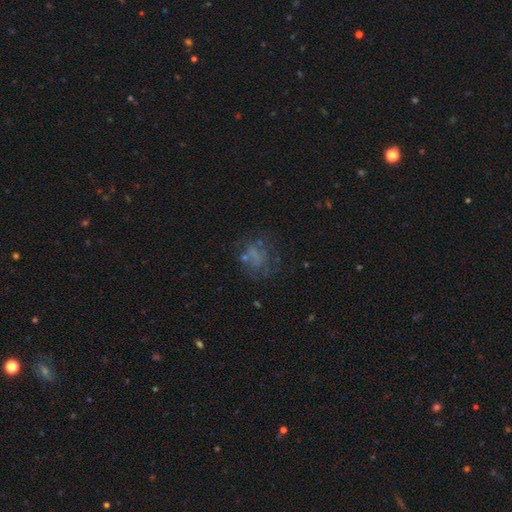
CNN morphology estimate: type=smooth (39%); merging=none (51%).